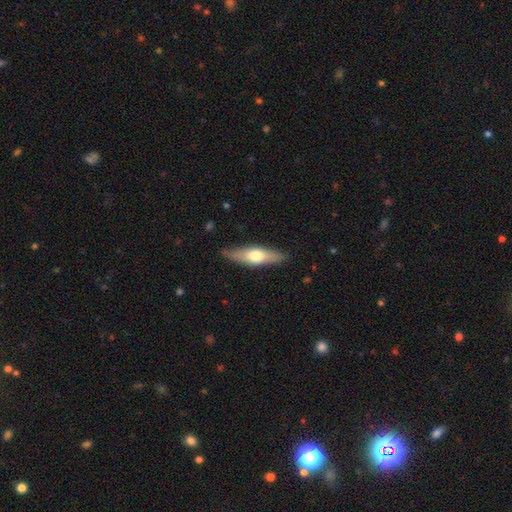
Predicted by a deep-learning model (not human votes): Morphology: type=smooth (54%); roundness=cigar-shaped (59%); merging=none (84%).